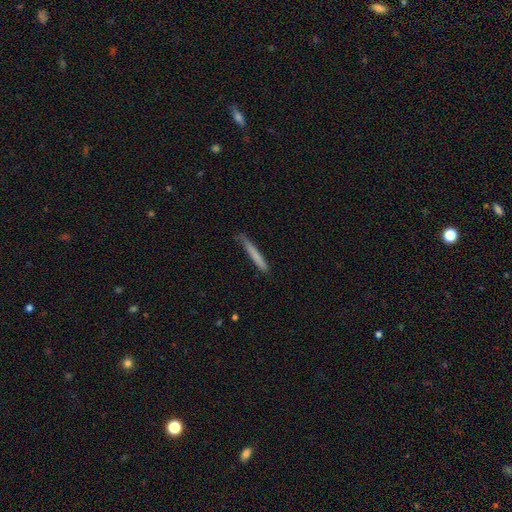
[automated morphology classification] A smooth galaxy with no disk features (72%) that is cigar-shaped (97%).

Vote fractions:
- Smooth or featured? smooth: 72% / featured or disk: 22% / star or artifact: 6%
- How rounded? cigar-shaped: 97% / in between: 2% / round: 1%
- Merging? none: 76% / minor disturbance: 19% / major disturbance: 3% / merger: 2%